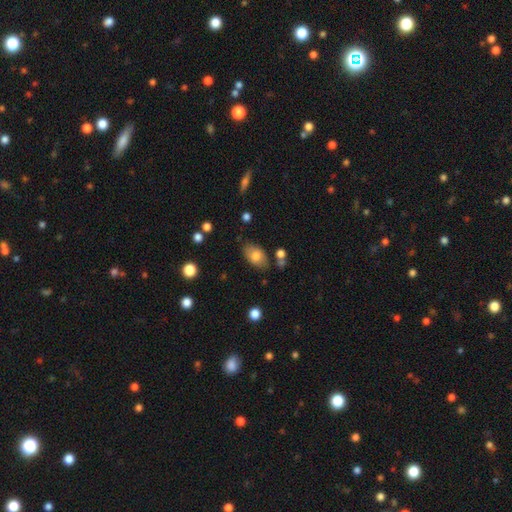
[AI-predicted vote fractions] Q: Smooth or featured?
A: smooth (77%); runner-up: featured or disk (15%)
Q: How rounded?
A: in between (89%); runner-up: round (9%)
Q: Merging?
A: none (72%); runner-up: minor disturbance (18%)